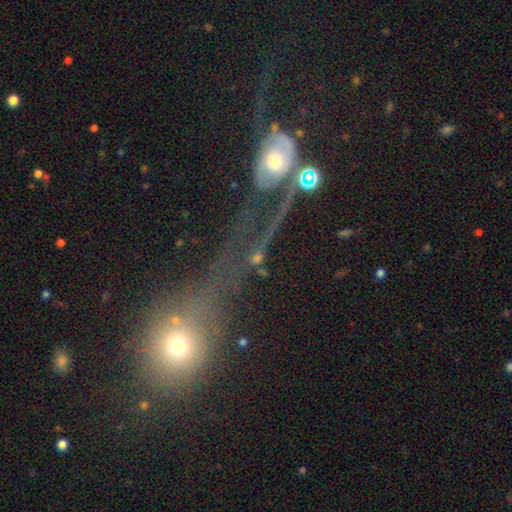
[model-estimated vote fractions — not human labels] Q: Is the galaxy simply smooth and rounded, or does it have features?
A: featured or disk — 45%.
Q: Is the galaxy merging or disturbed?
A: none — 34%.